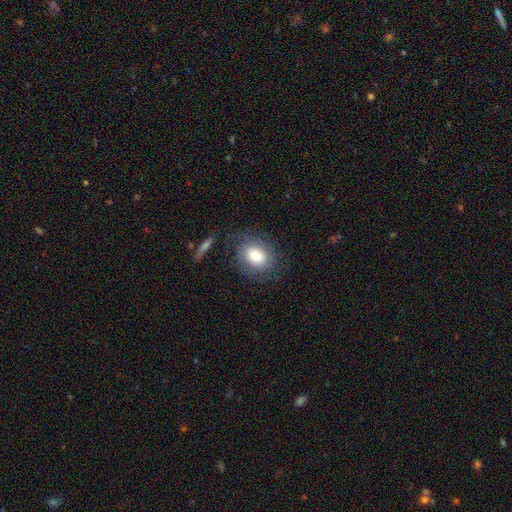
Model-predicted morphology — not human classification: This appears to be a smooth galaxy with no disk features (71%) that is in between round and cigar-shaped (58%). Merging: none (72%).